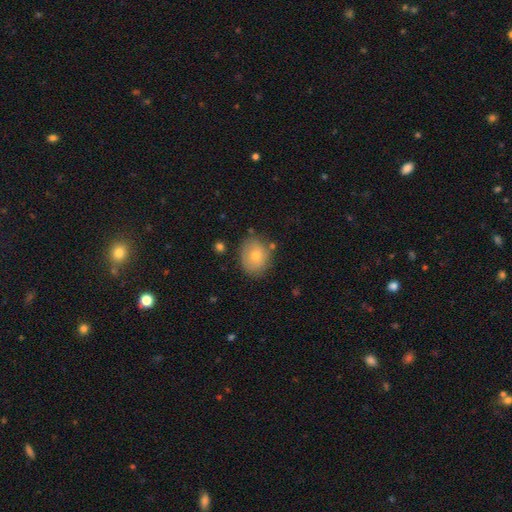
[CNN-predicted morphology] Overall: smooth (73%). How rounded: round (58%; in between 41%). Merging: none (80%).